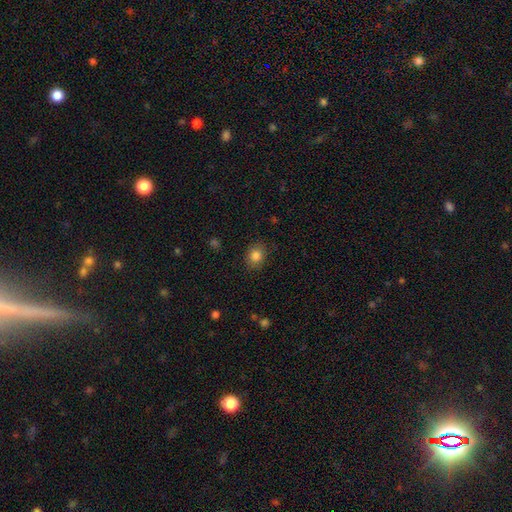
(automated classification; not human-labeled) smooth_or_featured: smooth (p=0.83) [alt: star or artifact p=0.10]
how_rounded: round (p=0.55) [alt: in between p=0.44]
merging: none (p=0.86) [alt: minor disturbance p=0.10]